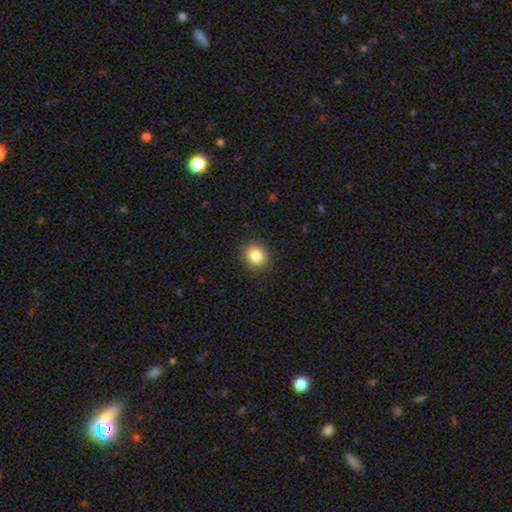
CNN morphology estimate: Smooth or featured: smooth — 85% (star or artifact — 10%)
How rounded: round — 71% (in between — 28%)
Merging: none — 90% (minor disturbance — 7%)